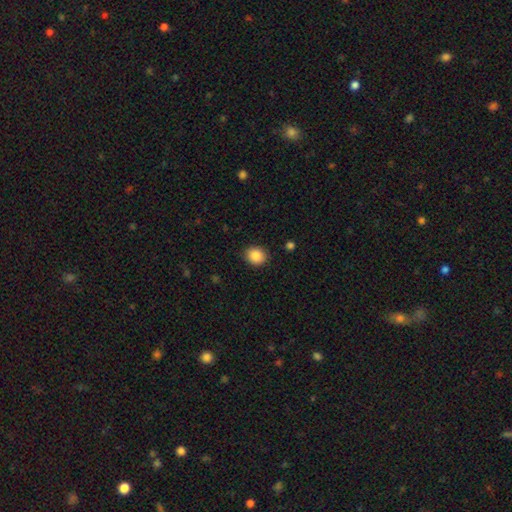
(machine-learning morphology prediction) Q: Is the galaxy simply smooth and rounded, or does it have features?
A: smooth — 87%.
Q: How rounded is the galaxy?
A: round — 68%.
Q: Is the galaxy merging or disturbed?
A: none — 88%.